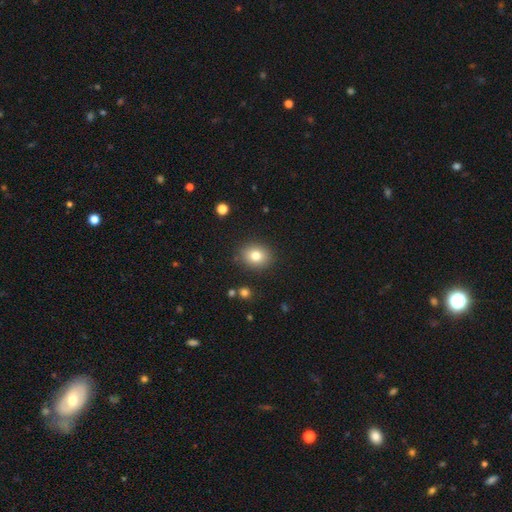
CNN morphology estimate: type=smooth (80%); roundness=round (62%); merging=none (88%).